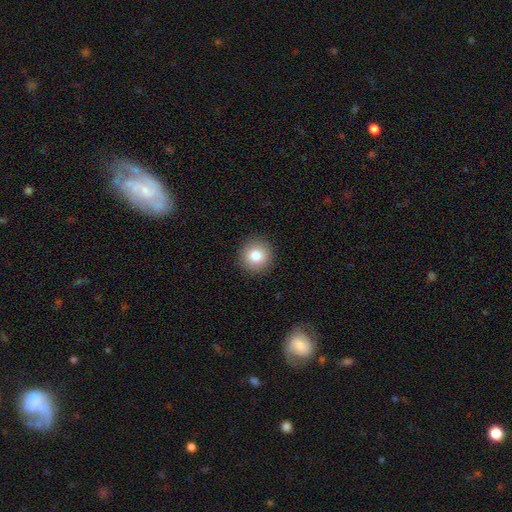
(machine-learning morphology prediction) A smooth galaxy with no disk features (85%) that is round (94%). Merging: none (92%).